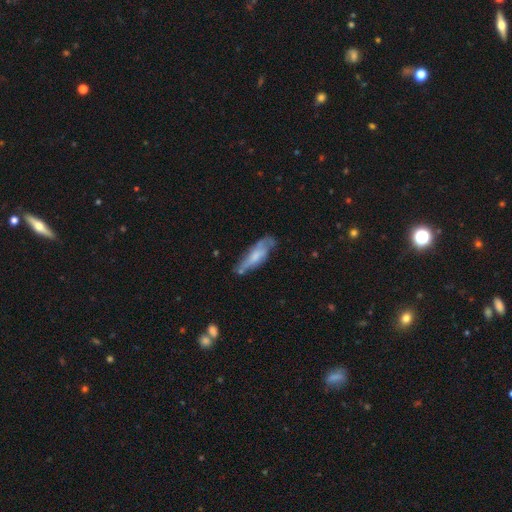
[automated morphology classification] smooth 48%, featured or disk 45%, star or artifact 7%. Down the decision tree: merging — none (50%).